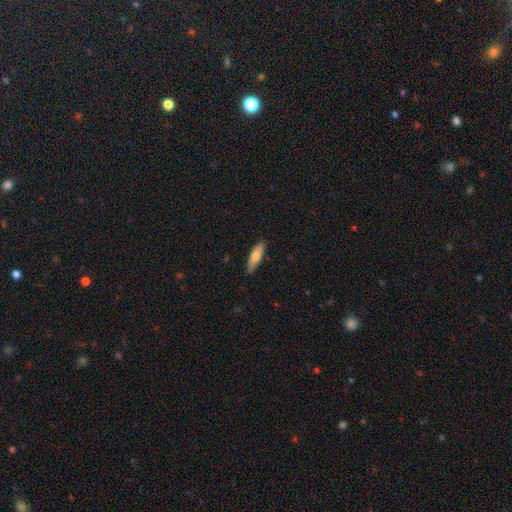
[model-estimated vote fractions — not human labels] A smooth galaxy with no disk features (75%) that is cigar-shaped (60%). Merging: none (85%).